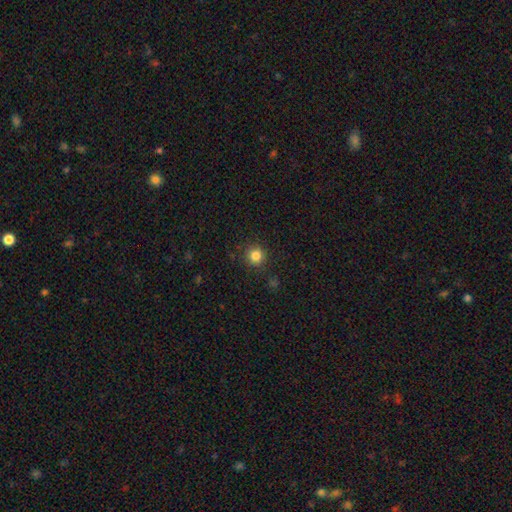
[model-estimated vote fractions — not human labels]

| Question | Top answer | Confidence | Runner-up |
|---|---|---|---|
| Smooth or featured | smooth | 83% | star or artifact (12%) |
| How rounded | round | 93% | in between (6%) |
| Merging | none | 88% | minor disturbance (8%) |